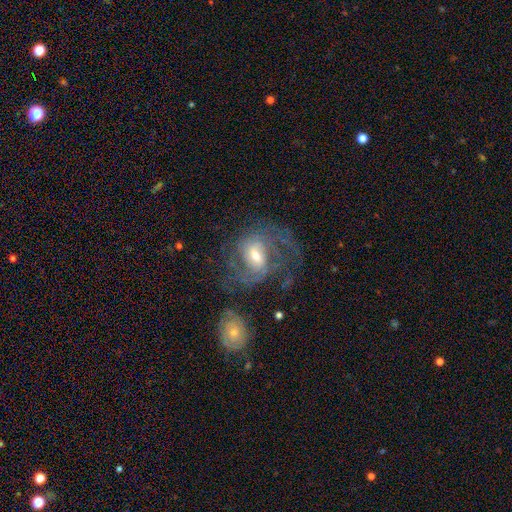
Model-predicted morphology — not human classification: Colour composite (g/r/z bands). It shows a featured or disk galaxy (80%) with a weak bar (55%), 2 (46%) medium (47%) spiral arms (90%) and a moderate central bulge (59%). Merging: none (51%).